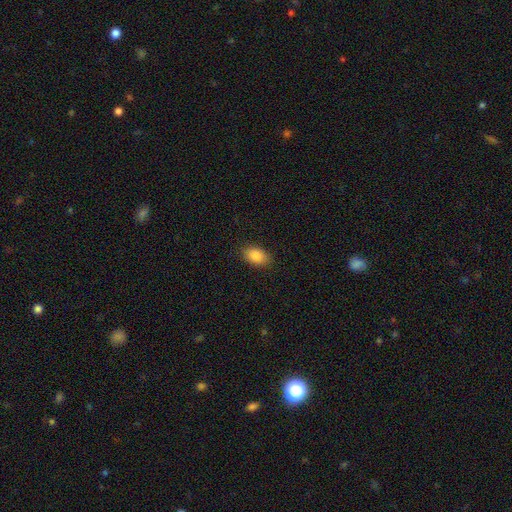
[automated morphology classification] A smooth galaxy with no disk features (87%) that is in between round and cigar-shaped (88%).

Vote fractions:
- Smooth or featured? smooth: 87% / star or artifact: 8% / featured or disk: 5%
- How rounded? in between: 88% / round: 10% / cigar-shaped: 1%
- Merging? none: 88% / minor disturbance: 9% / major disturbance: 2% / merger: 1%